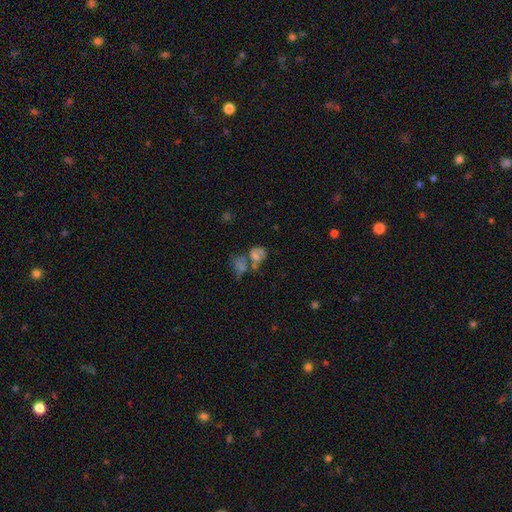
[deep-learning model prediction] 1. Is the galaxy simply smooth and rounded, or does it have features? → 56% smooth, 29% featured or disk, 15% star or artifact.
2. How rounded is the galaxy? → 59% in between, 39% round, 2% cigar-shaped.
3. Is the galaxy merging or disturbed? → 44% merger, 27% none, 15% minor disturbance, 14% major disturbance.